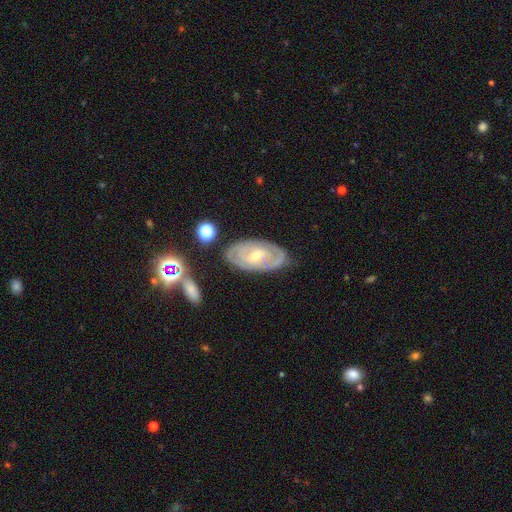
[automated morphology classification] Smooth or featured? featured or disk (79%)
Edge-on disk? no (93%)
Bar? weak (44%)
Spiral arms? yes (83%)
Spiral winding? tight (69%)
Spiral arm count? 2 (42%)
Bulge size? small (53%)
Merging? none (78%)